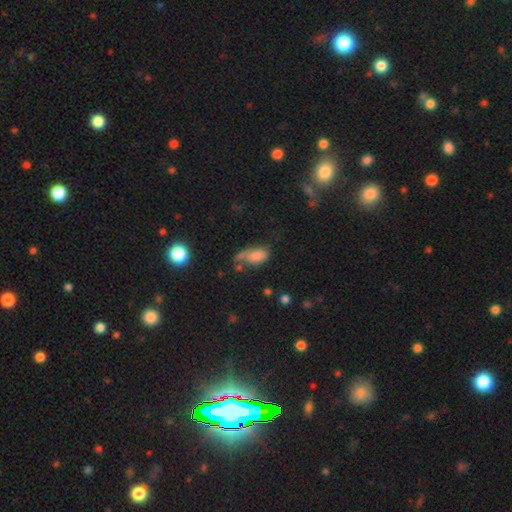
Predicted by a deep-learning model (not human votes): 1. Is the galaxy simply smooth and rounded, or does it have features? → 72% smooth, 17% featured or disk, 11% star or artifact.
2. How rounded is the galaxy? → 88% in between, 7% round, 5% cigar-shaped.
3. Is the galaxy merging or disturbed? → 30% none (tied), 30% major disturbance (tied), 24% minor disturbance, 16% merger.